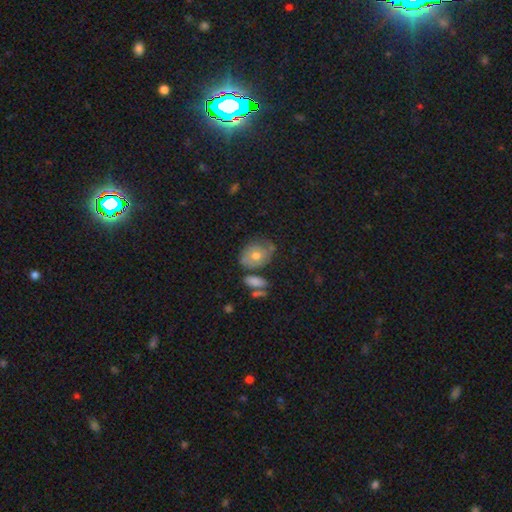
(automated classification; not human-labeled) Smooth or featured: smooth — 61% (featured or disk — 30%)
How rounded: in between — 61% (round — 38%)
Merging: none — 53% (minor disturbance — 26%)